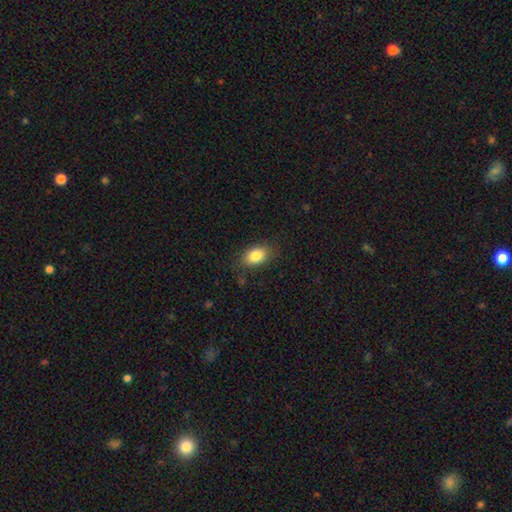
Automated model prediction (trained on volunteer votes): smooth-or-featured: smooth: 83% | featured or disk: 9% | star or artifact: 8%
  how-rounded: in between: 87% | round: 11% | cigar-shaped: 2%
  merging: none: 81% | minor disturbance: 14% | major disturbance: 4% | merger: 1%